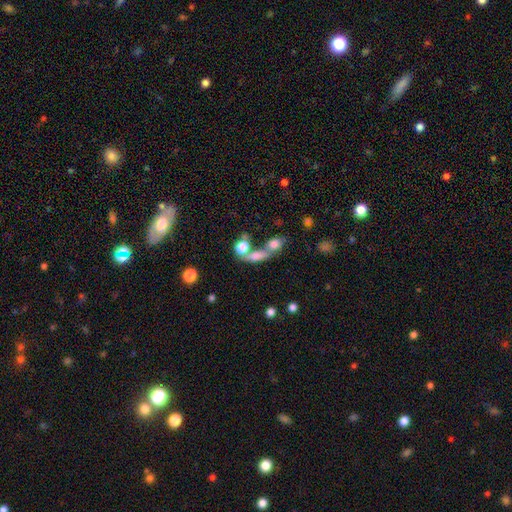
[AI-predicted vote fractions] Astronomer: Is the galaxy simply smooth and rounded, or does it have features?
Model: smooth — 71%.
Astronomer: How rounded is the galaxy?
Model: in between — 51% (runner-up: round, 28%).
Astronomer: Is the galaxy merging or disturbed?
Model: merger — 48% (runner-up: none, 33%).